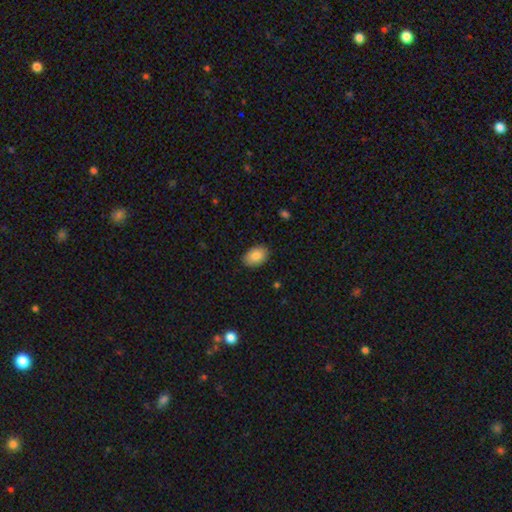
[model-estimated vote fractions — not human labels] This is clearly a smooth galaxy (87%). How rounded: clearly in between (87%). Merging: clearly none (86%).